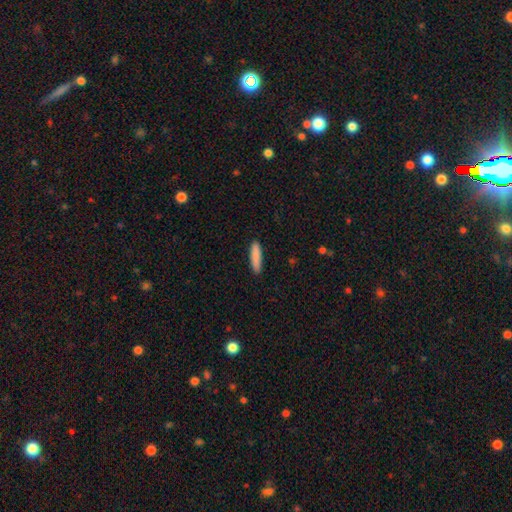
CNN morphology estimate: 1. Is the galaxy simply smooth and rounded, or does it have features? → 87% smooth, 7% featured or disk, 6% star or artifact.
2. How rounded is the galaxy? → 80% cigar-shaped, 19% in between, 1% round.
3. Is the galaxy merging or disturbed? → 89% none, 8% minor disturbance, 2% major disturbance, 1% merger.